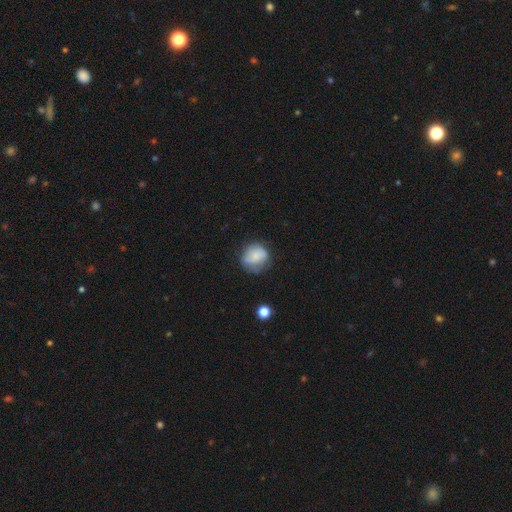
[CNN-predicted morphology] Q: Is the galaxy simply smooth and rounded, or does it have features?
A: smooth — 73%.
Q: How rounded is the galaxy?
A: round — 74%.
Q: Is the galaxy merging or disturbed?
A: none — 59%.